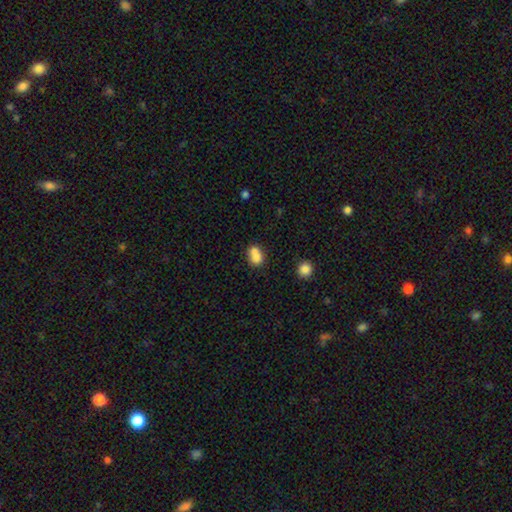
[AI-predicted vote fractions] Smooth or featured: smooth — 74% (featured or disk — 16%)
How rounded: round — 52% (in between — 47%)
Merging: merger — 59% (none — 29%)